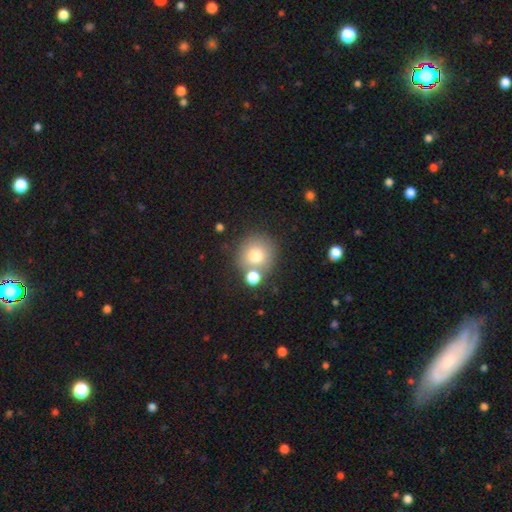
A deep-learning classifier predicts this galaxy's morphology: This appears to be a smooth galaxy with no disk features (76%) that is round (90%). Merging: none (66%).